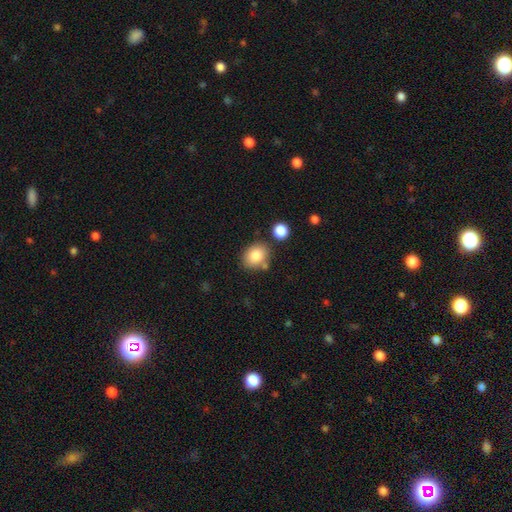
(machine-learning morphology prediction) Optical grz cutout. It shows a smooth galaxy with no disk features (82%) that is in between round and cigar-shaped (58%). Merging: none (73%).